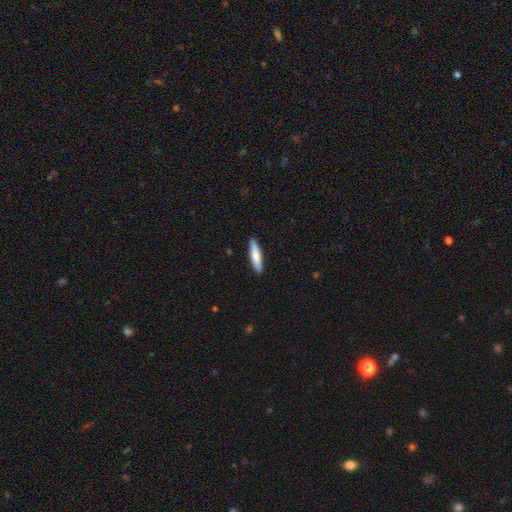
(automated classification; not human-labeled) Morphology: type=smooth (72%); roundness=cigar-shaped (83%); merging=none (90%).